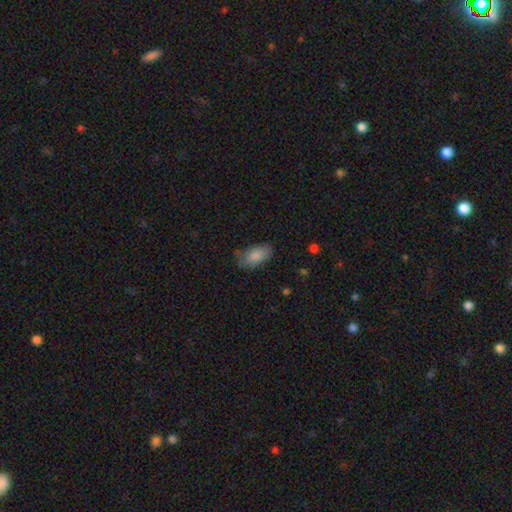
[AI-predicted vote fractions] Smooth or featured? Predicted: smooth (p=0.85). How rounded? Predicted: in between (p=0.93). Merging? Predicted: none (p=0.69).